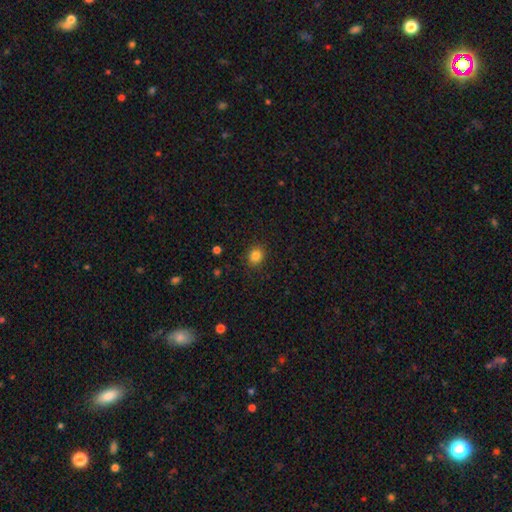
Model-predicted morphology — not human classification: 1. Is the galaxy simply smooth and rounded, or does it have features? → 83% smooth, 11% star or artifact, 5% featured or disk.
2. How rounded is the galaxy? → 70% round, 29% in between, 1% cigar-shaped.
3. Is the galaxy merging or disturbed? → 88% none, 8% minor disturbance, 2% major disturbance, 1% merger.